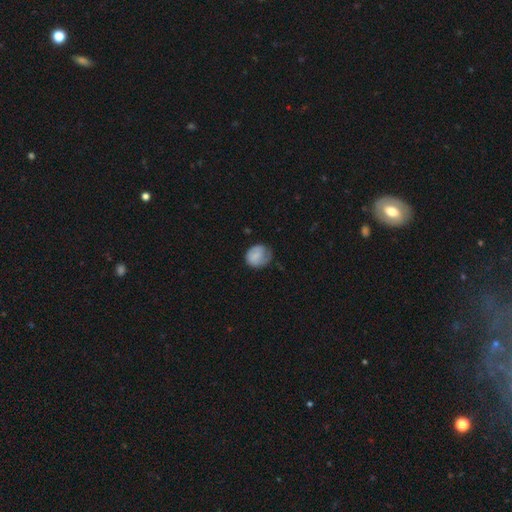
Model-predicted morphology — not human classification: This is likely a smooth galaxy (69%). How rounded: likely round (66%). Merging: possibly none (48%).